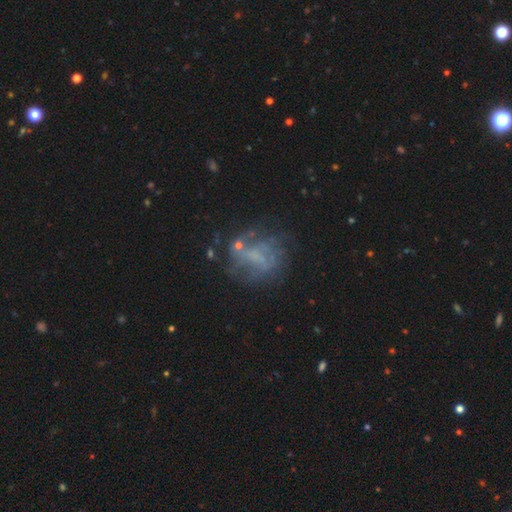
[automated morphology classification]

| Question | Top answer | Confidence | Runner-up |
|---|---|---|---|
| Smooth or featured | featured or disk | 55% | smooth (26%) |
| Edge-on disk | no | 97% | yes (3%) |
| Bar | no | 64% | weak (26%) |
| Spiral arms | no | 62% | yes (38%) |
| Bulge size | none | 64% | small (20%) |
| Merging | none | 54% | major disturbance (21%) |